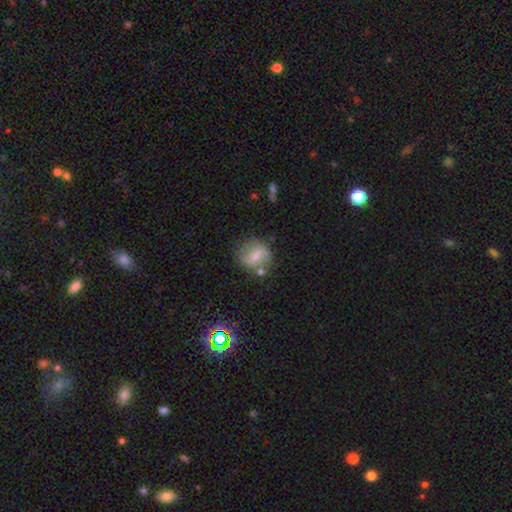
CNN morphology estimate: This appears to be a smooth galaxy with no disk features (57%) that is round (74%). Merging: none (65%).